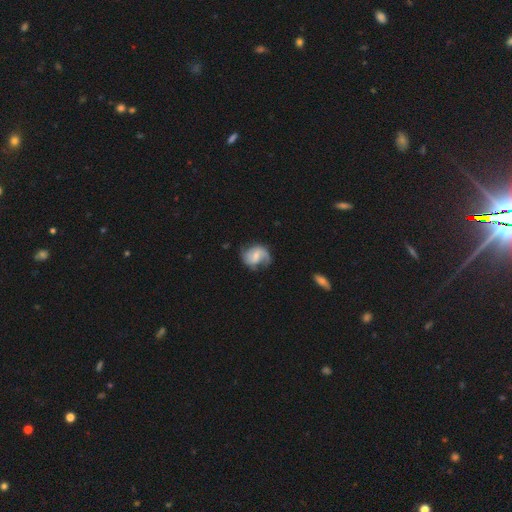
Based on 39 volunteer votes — smooth-or-featured: featured or disk: 59% | smooth: 38% | star or artifact: 3%
  disk-edge-on: no: 100% | yes: 0%
    bar: weak: 70% | no: 17% | strong: 13%
    has-spiral-arms: yes: 96% | no: 4%
      spiral-winding: medium: 59% | loose: 27% | tight: 14%
      spiral-arm-count: 2: 68% | can't tell: 23% | 1: 5% | 3: 5% | 4: 0% | more than 4: 0%
    bulge-size: moderate: 57% | small: 26% | large: 9% | none: 9% | dominant: 0%
  merging: none: 55% | minor disturbance: 34% | major disturbance: 11% | merger: 0%